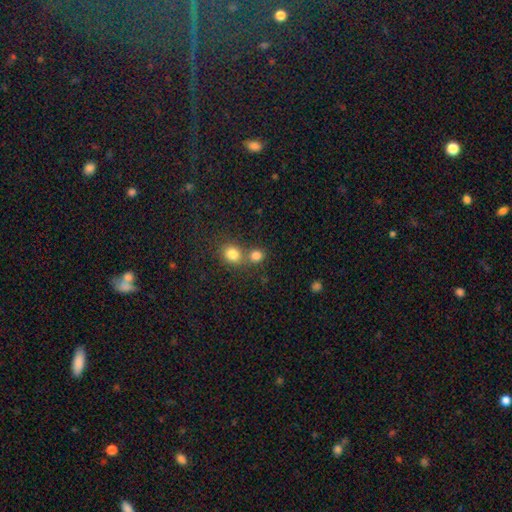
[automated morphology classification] Smooth or featured: smooth — 81% (star or artifact — 13%)
How rounded: round — 72% (in between — 26%)
Merging: none — 49% (merger — 42%)